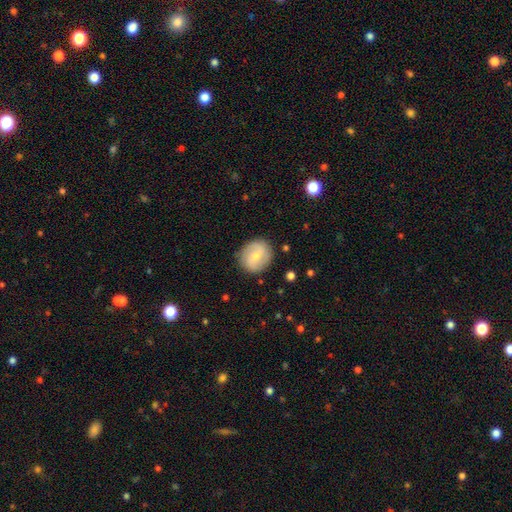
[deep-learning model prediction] Smooth or featured?
  - smooth: 52% *
  - featured or disk: 41%
  - star or artifact: 6%
How rounded?
  - round: 81% *
  - in between: 18%
  - cigar-shaped: 1%
Merging?
  - none: 85% *
  - minor disturbance: 11%
  - major disturbance: 3%
  - merger: 1%